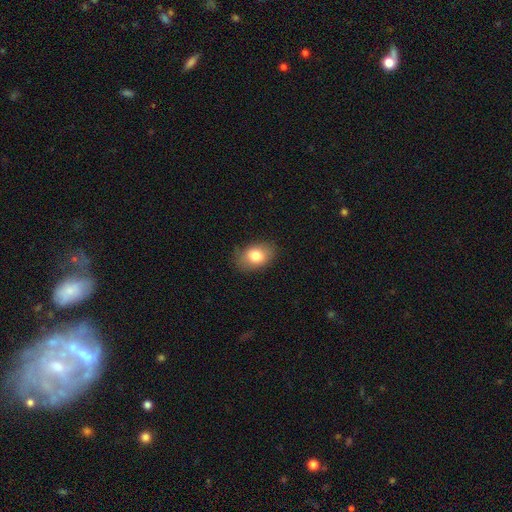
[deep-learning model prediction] Smooth or featured?
  - smooth: 79% *
  - featured or disk: 12%
  - star or artifact: 9%
How rounded?
  - in between: 79% *
  - round: 19%
  - cigar-shaped: 1%
Merging?
  - none: 80% *
  - minor disturbance: 16%
  - major disturbance: 4%
  - merger: 1%